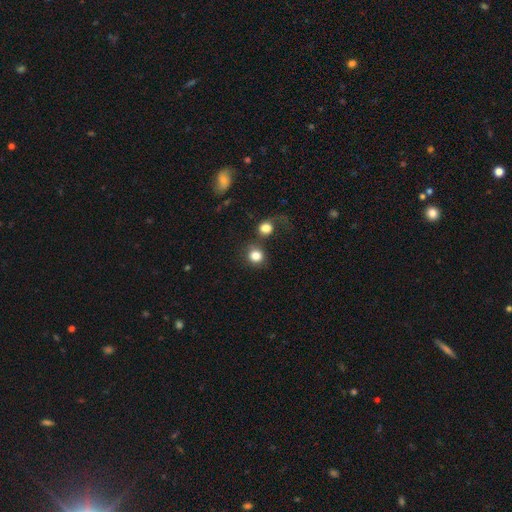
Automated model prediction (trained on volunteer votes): A smooth galaxy with no disk features (83%) that is round (86%). Merging: none (60%).